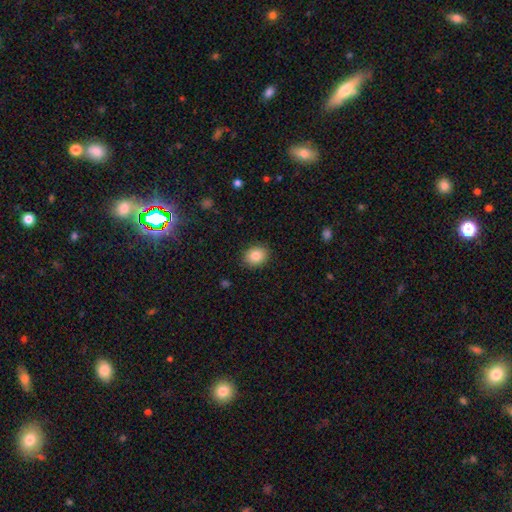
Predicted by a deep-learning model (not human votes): Smooth or featured? Predicted: smooth (p=0.84). How rounded? Predicted: round (p=0.56). Merging? Predicted: none (p=0.89).